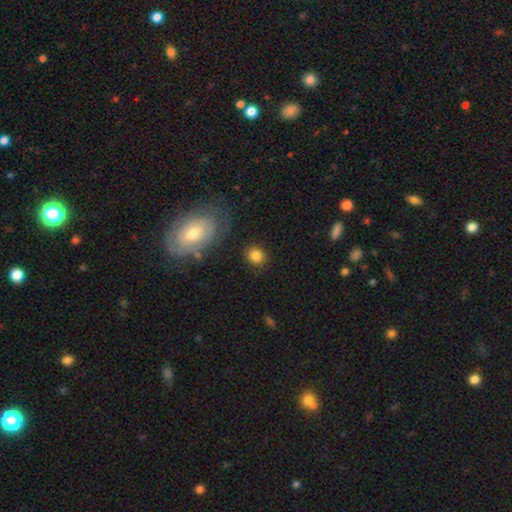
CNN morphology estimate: The model was most divided on "how rounded": round: 73%, in between: 26%, cigar-shaped: 1%. More confident: merging — none (83%); smooth or featured — smooth (83%).